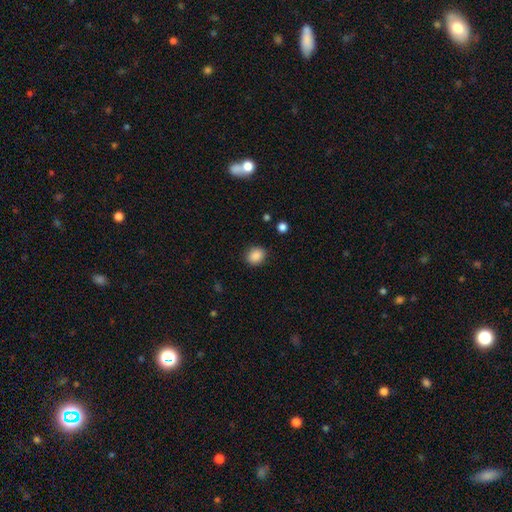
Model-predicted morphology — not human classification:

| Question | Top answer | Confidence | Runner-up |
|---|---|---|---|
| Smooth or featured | smooth | 87% | star or artifact (9%) |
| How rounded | round | 67% | in between (32%) |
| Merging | none | 88% | minor disturbance (8%) |